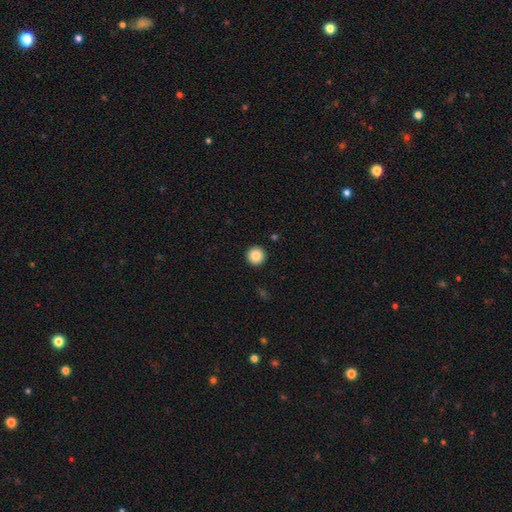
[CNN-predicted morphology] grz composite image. It shows a smooth galaxy with no disk features (85%) that is round (96%). Merging: none (94%).